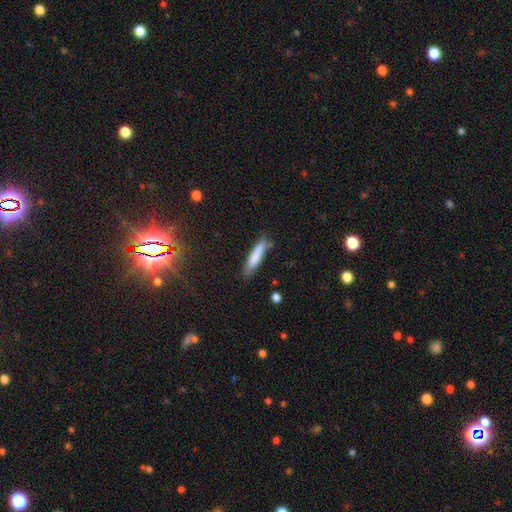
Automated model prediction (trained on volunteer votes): Q: Smooth or featured?
A: smooth (80%); runner-up: featured or disk (14%)
Q: How rounded?
A: cigar-shaped (85%); runner-up: in between (14%)
Q: Merging?
A: none (79%); runner-up: minor disturbance (15%)